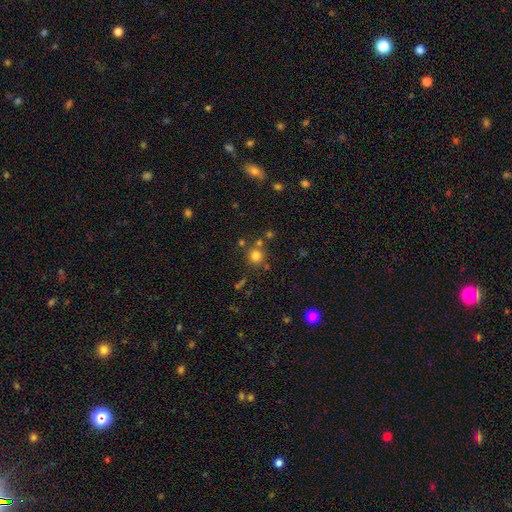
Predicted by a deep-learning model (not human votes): Q: Smooth or featured?
A: smooth (77%); runner-up: star or artifact (17%)
Q: How rounded?
A: round (92%); runner-up: in between (7%)
Q: Merging?
A: none (75%); runner-up: merger (13%)